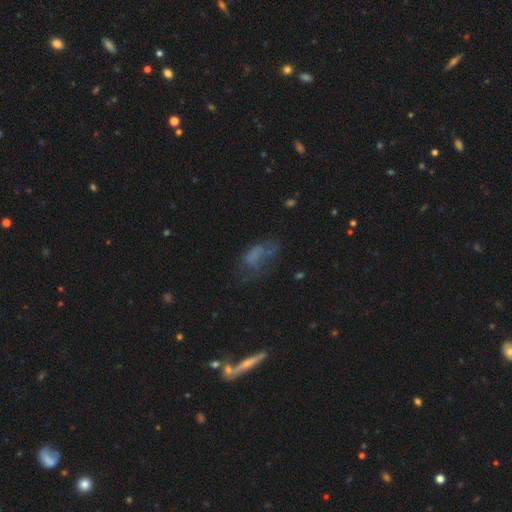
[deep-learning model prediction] The model was most divided on "merging": none: 37%, major disturbance: 35%, minor disturbance: 23%, merger: 5%. Remaining: smooth or featured — smooth (46%).